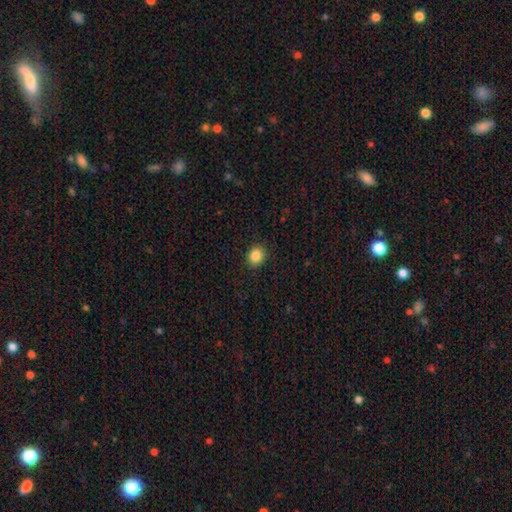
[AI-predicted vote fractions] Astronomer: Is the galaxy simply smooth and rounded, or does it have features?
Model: smooth — 86%.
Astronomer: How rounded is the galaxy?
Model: round — 71%.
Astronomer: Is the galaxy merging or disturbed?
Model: none — 90%.